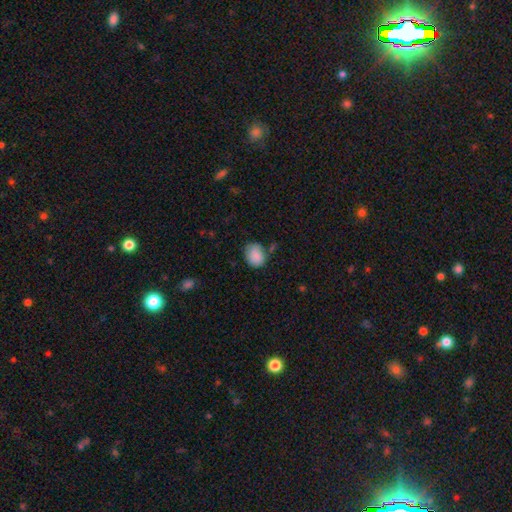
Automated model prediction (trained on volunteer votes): Smooth or featured? smooth (87%)
How rounded? in between (60%)
Merging? none (60%)